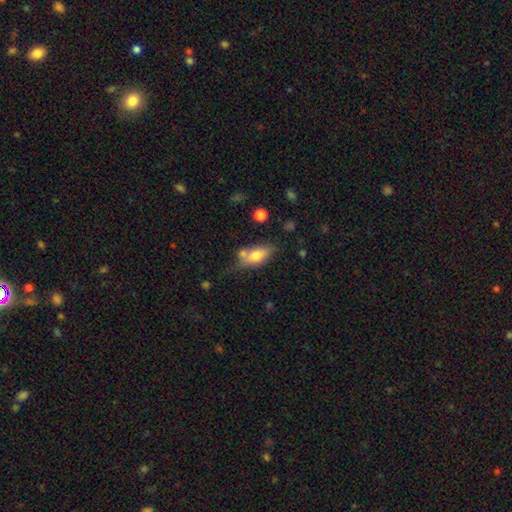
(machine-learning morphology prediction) This appears to be a smooth galaxy with no disk features (68%) that is in between round and cigar-shaped (80%). Merging: none (55%).